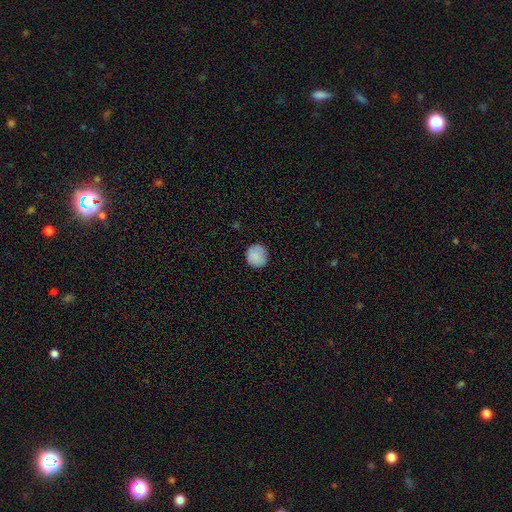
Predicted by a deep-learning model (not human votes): A smooth galaxy with no disk features (88%) that is round (91%). Merging: none (86%).